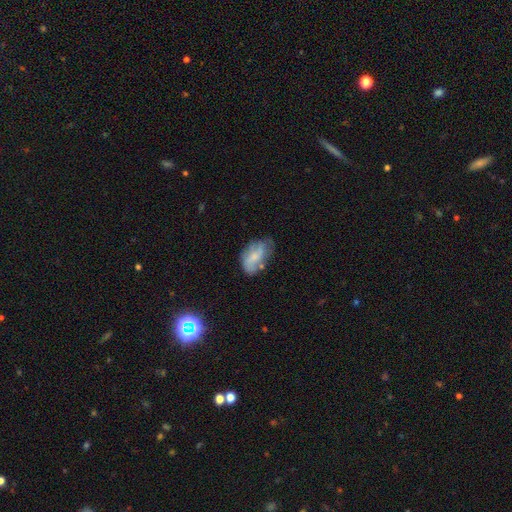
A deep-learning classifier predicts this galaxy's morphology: Q: Smooth or featured?
A: smooth (50%); runner-up: featured or disk (42%)
Q: Merging?
A: none (47%); runner-up: minor disturbance (32%)